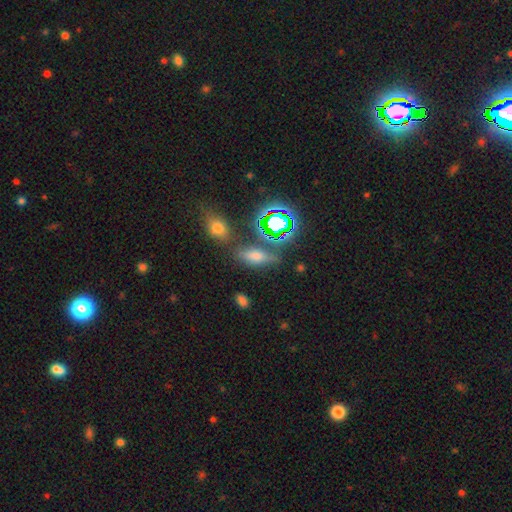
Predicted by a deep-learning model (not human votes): Morphology: type=smooth (55%); roundness=in between (67%); merging=none (72%).